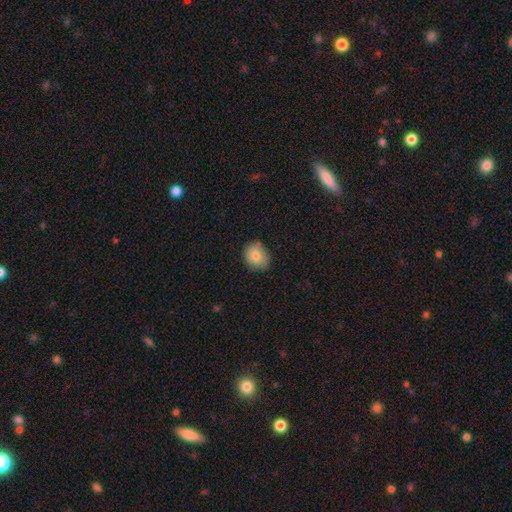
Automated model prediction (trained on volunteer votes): Q: Smooth or featured?
A: smooth (82%); runner-up: featured or disk (10%)
Q: How rounded?
A: round (57%); runner-up: in between (42%)
Q: Merging?
A: none (77%); runner-up: minor disturbance (19%)